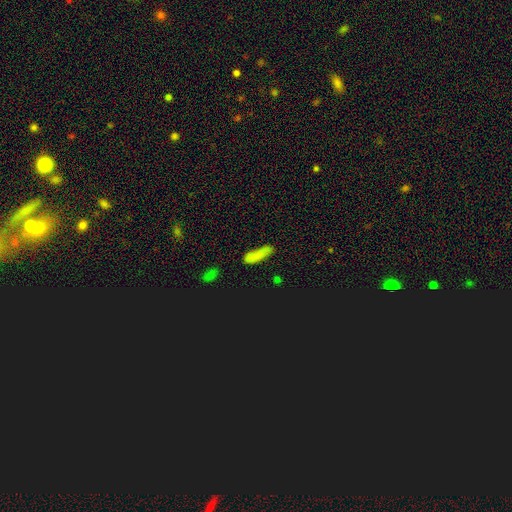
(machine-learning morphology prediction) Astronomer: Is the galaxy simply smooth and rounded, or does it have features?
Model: smooth — 70%.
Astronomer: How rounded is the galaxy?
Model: cigar-shaped — 61%.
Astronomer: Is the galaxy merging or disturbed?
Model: none — 60%.